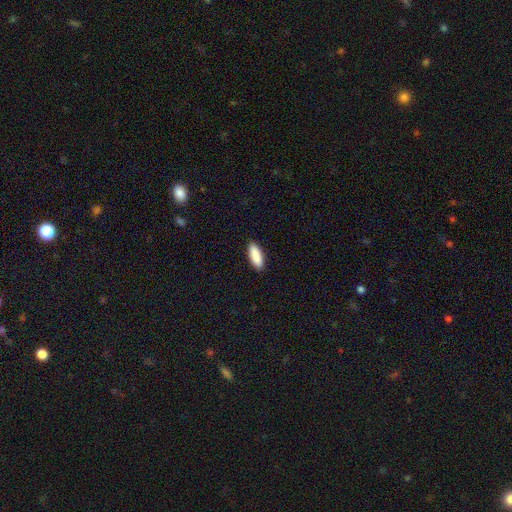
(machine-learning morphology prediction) smooth 91%, star or artifact 5%, featured or disk 4%. Down the decision tree: how rounded — in between (67%); merging — none (91%).